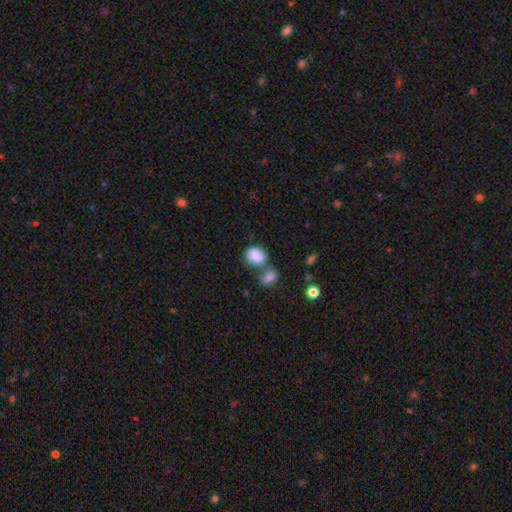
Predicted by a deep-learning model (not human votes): A smooth galaxy with no disk features (85%) that is in between round and cigar-shaped (64%).

Vote fractions:
- Smooth or featured? smooth: 85% / star or artifact: 8% / featured or disk: 7%
- How rounded? in between: 64% / round: 35% / cigar-shaped: 1%
- Merging? merger: 51% / none: 31% / minor disturbance: 12% / major disturbance: 6%